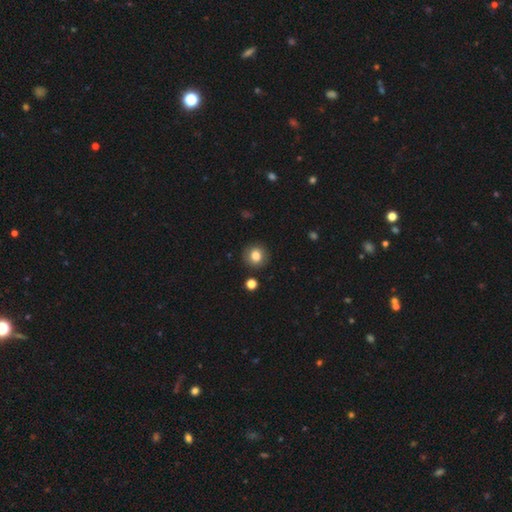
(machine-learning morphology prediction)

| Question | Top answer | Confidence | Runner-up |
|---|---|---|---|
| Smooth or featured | smooth | 81% | star or artifact (10%) |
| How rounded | round | 90% | in between (9%) |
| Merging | none | 89% | minor disturbance (7%) |